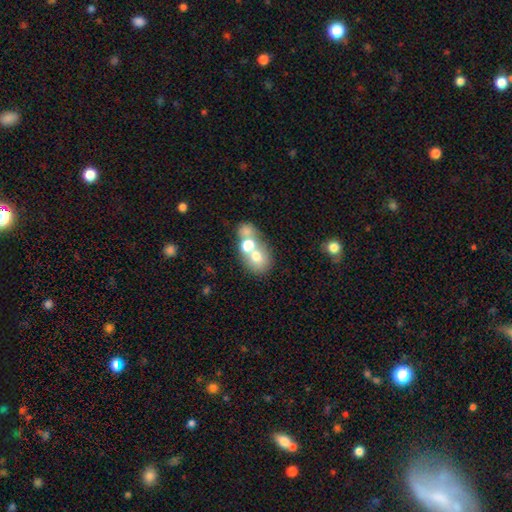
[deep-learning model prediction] This appears to be a smooth galaxy with no disk features (65%) that is round (56%). Merging: merger (52%).